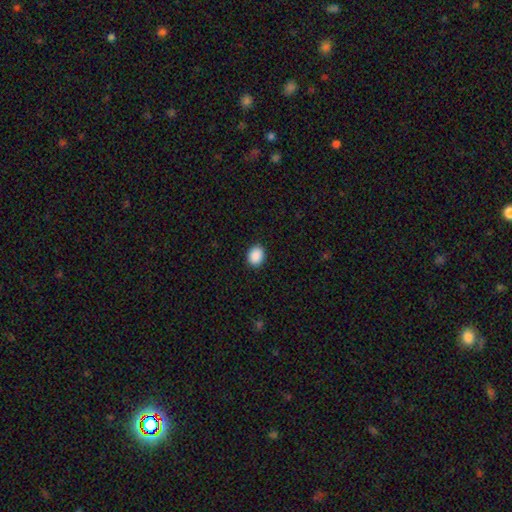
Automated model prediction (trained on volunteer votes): smooth_or_featured: smooth (p=0.90) [alt: star or artifact p=0.08]
how_rounded: in between (p=0.50) [alt: round p=0.49]
merging: none (p=0.91) [alt: minor disturbance p=0.06]